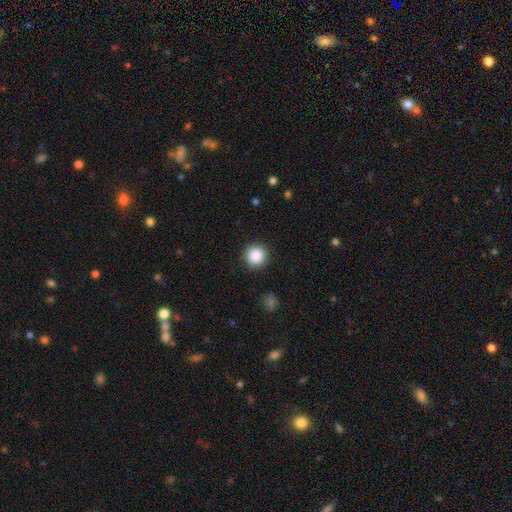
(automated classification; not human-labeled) This is clearly a smooth galaxy (87%). How rounded: clearly round (95%). Merging: clearly none (91%).